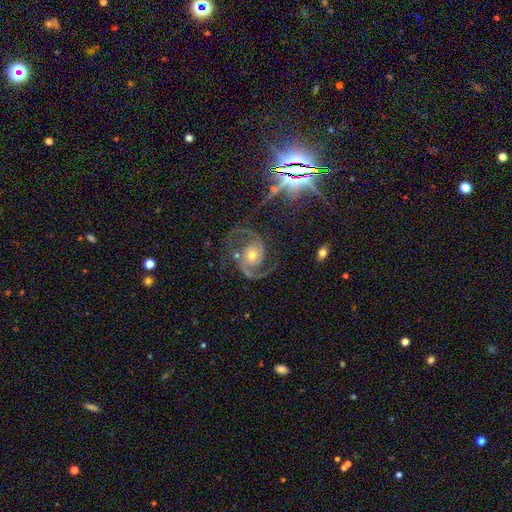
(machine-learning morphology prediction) featured or disk 85%, star or artifact 11%, smooth 3%. Down the decision tree: edge-on disk — no (98%); bar — no (66%); spiral arms — yes (98%); spiral arm count — 2 (89%); spiral winding — medium (58%); bulge size — moderate (54%); merging — none (74%).